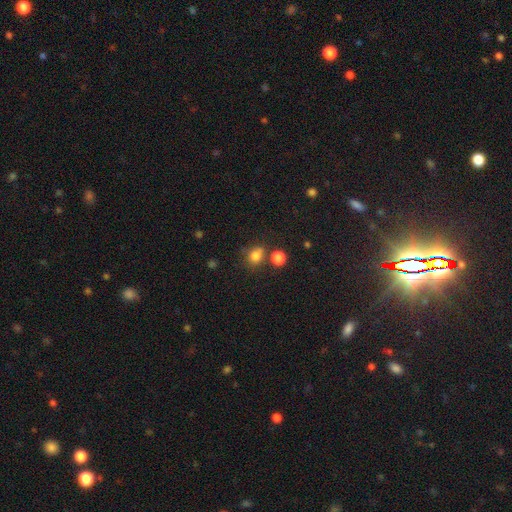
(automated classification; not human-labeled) Smooth or featured: smooth — 79% (star or artifact — 14%)
How rounded: round — 74% (in between — 25%)
Merging: none — 60% (merger — 20%)